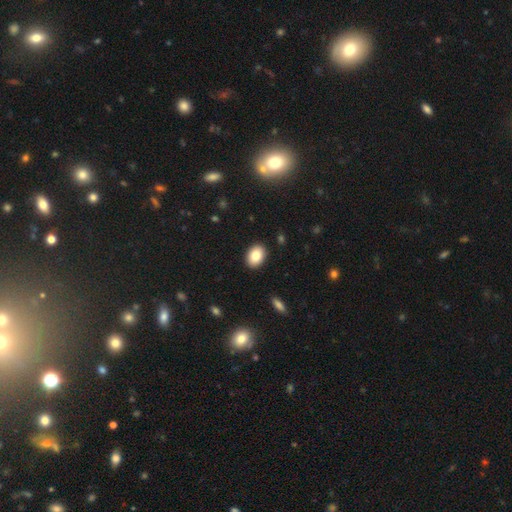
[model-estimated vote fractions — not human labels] Smooth or featured: smooth — 83% (featured or disk — 9%)
How rounded: in between — 81% (round — 18%)
Merging: none — 90% (minor disturbance — 7%)